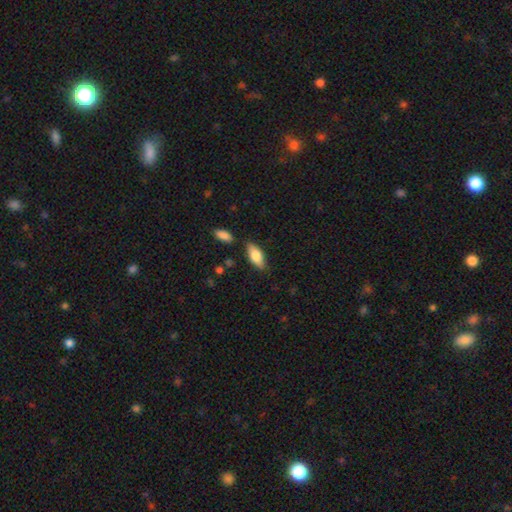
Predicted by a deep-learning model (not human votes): Smooth or featured: smooth — 77% (featured or disk — 16%)
How rounded: in between — 83% (cigar-shaped — 15%)
Merging: none — 80% (minor disturbance — 13%)